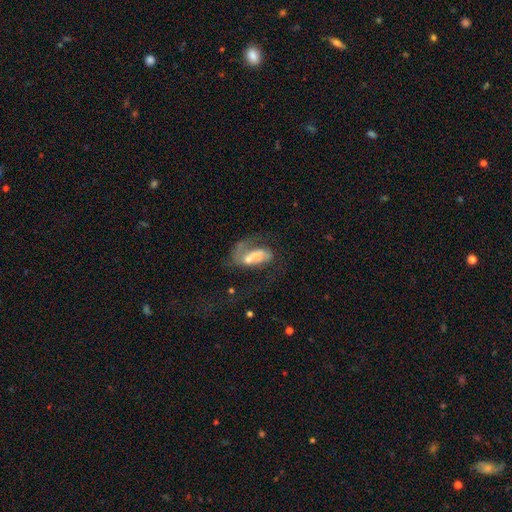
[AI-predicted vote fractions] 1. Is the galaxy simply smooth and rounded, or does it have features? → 62% featured or disk, 27% smooth, 10% star or artifact.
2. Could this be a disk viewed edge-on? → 95% no, 5% yes.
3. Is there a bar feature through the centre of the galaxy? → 50% no, 33% weak, 18% strong.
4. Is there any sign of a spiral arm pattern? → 74% yes, 26% no.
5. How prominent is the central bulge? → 36% small, 33% moderate, 16% none, 12% large, 3% dominant.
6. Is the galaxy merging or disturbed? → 40% major disturbance, 29% none, 16% merger, 15% minor disturbance.